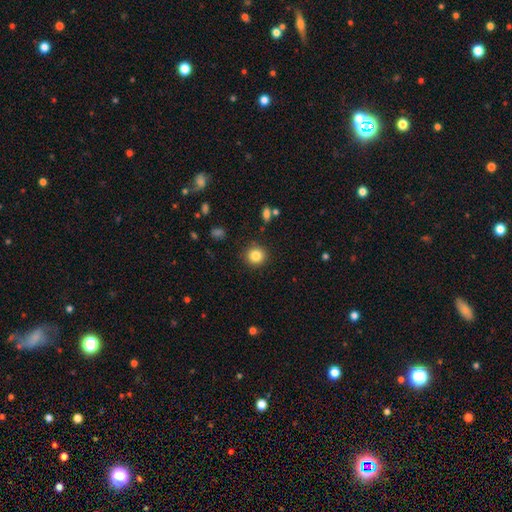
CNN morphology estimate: smooth-or-featured: smooth: 84% | star or artifact: 11% | featured or disk: 6%
  how-rounded: round: 91% | in between: 8% | cigar-shaped: 1%
  merging: none: 90% | minor disturbance: 6% | major disturbance: 2% | merger: 1%